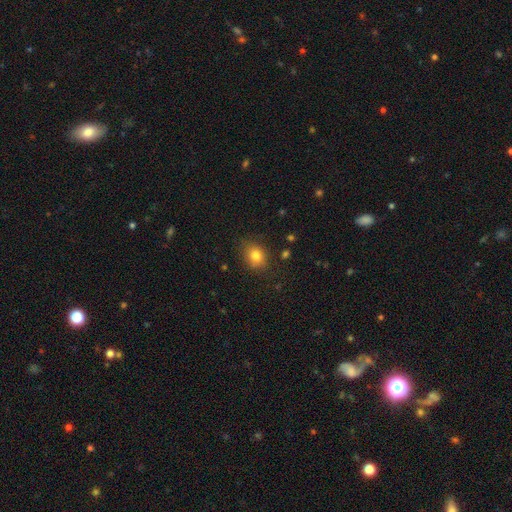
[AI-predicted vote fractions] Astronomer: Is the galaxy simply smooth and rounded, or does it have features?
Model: smooth — 81%.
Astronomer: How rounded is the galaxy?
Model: round — 53% (runner-up: in between, 46%).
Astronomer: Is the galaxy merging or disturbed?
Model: none — 81%.